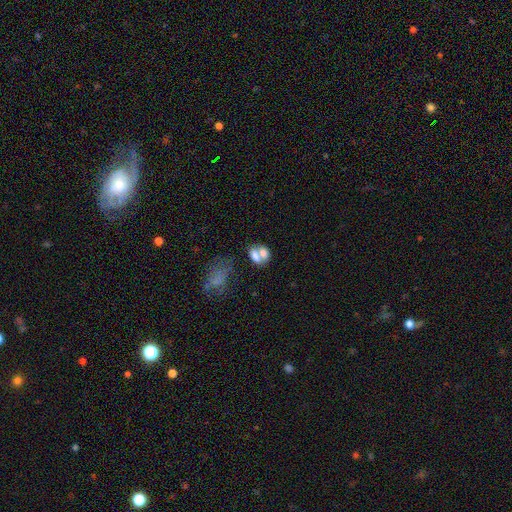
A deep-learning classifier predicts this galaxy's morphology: This appears to be a smooth galaxy with no disk features (69%) that is in between round and cigar-shaped (72%). Merging: merger (61%).